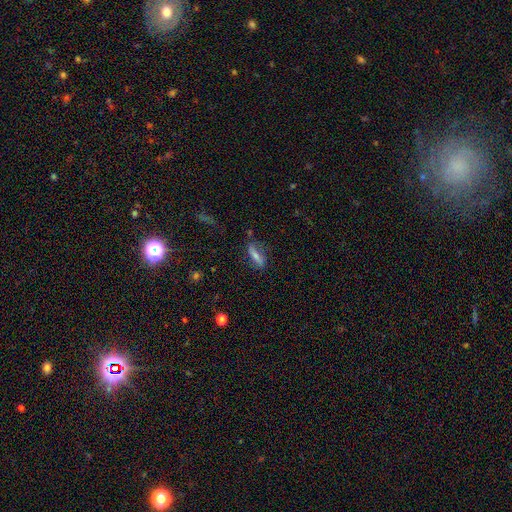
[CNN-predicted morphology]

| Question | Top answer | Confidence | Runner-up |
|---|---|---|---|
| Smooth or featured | smooth | 60% | featured or disk (31%) |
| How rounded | cigar-shaped | 52% | in between (44%) |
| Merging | none | 70% | minor disturbance (19%) |